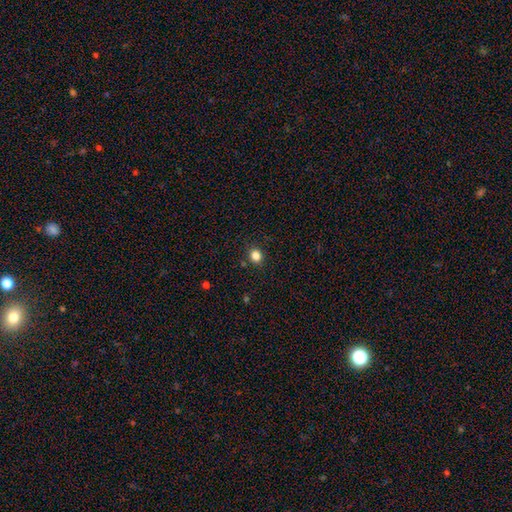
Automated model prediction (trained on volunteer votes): This is clearly a smooth galaxy (83%). How rounded: likely round (70%). Merging: clearly none (88%).